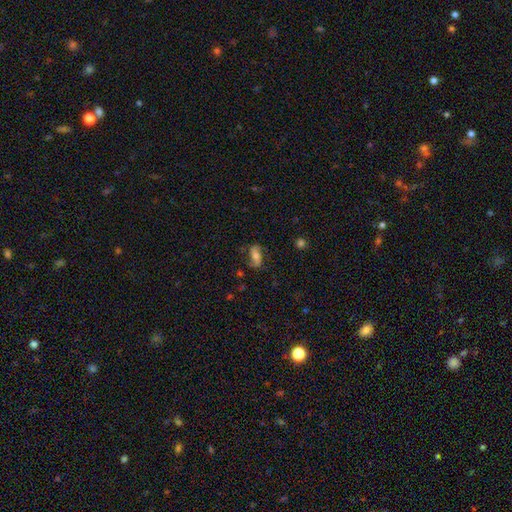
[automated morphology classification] Smooth or featured? Predicted: featured or disk (p=0.55). Edge-on disk? Predicted: no (p=0.91). Merging? Predicted: none (p=0.70).